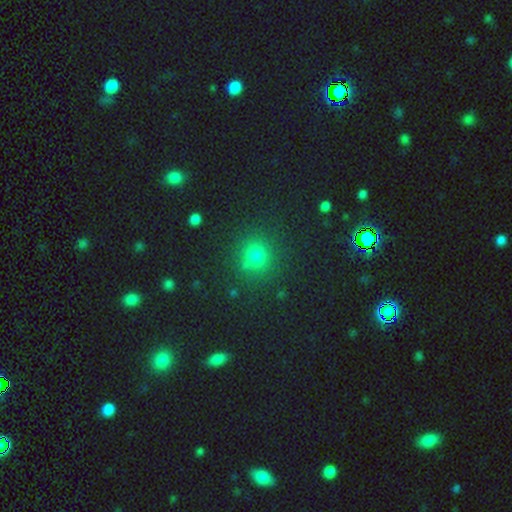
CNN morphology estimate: smooth-or-featured: smooth: 72% | star or artifact: 22% | featured or disk: 6%
  how-rounded: round: 89% | in between: 10% | cigar-shaped: 1%
  merging: none: 82% | minor disturbance: 10% | merger: 4% | major disturbance: 4%